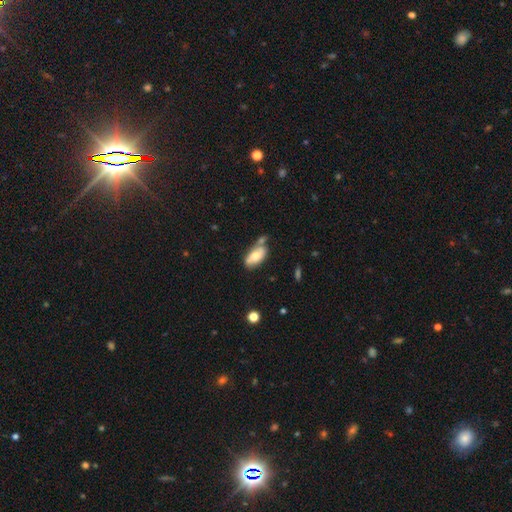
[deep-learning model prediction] The model was most divided on "merging": none: 47%, minor disturbance: 23%, merger: 22%, major disturbance: 7%. More confident: how rounded — in between (91%); smooth or featured — smooth (69%).